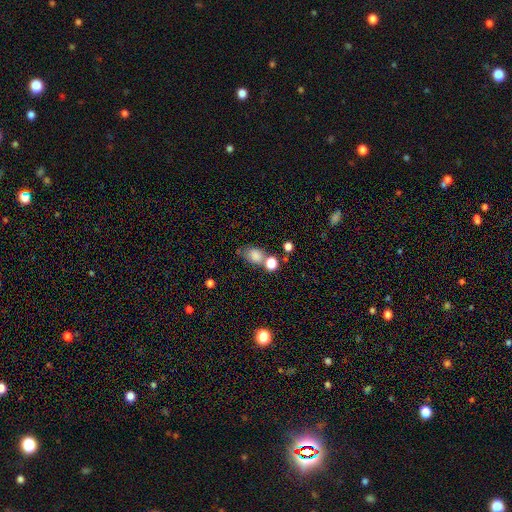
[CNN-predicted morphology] A smooth galaxy with no disk features (80%) that is in between round and cigar-shaped (64%).

Vote fractions:
- Smooth or featured? smooth: 80% / star or artifact: 11% / featured or disk: 9%
- How rounded? in between: 64% / round: 35% / cigar-shaped: 2%
- Merging? none: 48% / merger: 28% / minor disturbance: 16% / major disturbance: 7%